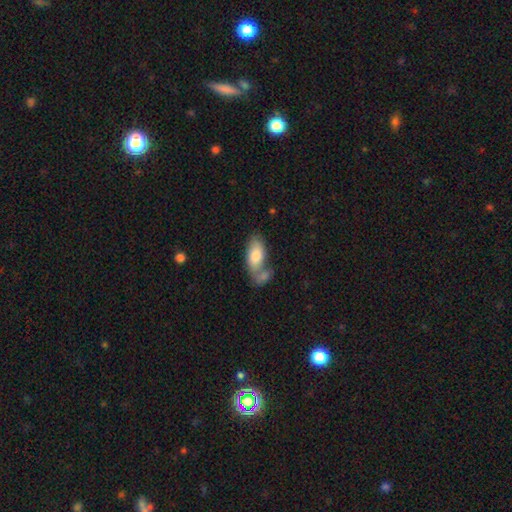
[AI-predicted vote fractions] smooth_or_featured: smooth (p=0.76) [alt: featured or disk p=0.18]
how_rounded: in between (p=0.89) [alt: cigar-shaped p=0.07]
merging: merger (p=0.41) [alt: none p=0.39]